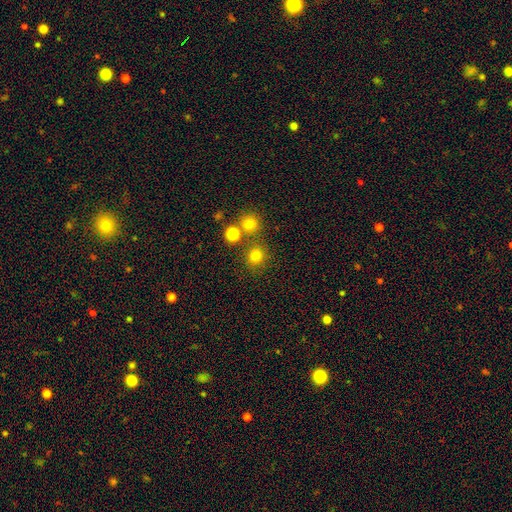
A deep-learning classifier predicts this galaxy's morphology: Smooth or featured?
  - smooth: 77% *
  - star or artifact: 17%
  - featured or disk: 7%
How rounded?
  - round: 86% *
  - in between: 13%
  - cigar-shaped: 1%
Merging?
  - none: 74% *
  - merger: 14%
  - minor disturbance: 8%
  - major disturbance: 3%